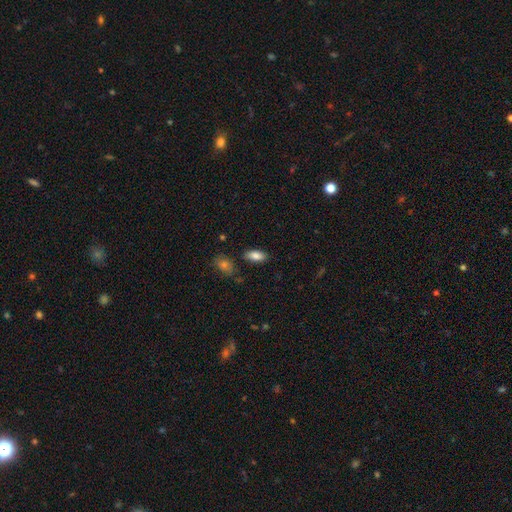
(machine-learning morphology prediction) A smooth galaxy with no disk features (83%) that is in between round and cigar-shaped (89%). Merging: none (84%).